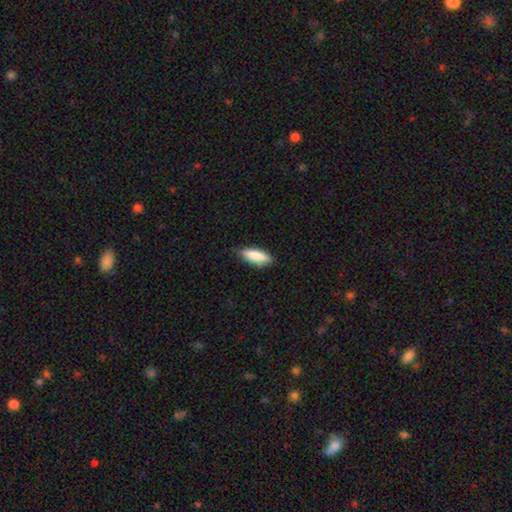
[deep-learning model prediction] This appears to be a smooth galaxy with no disk features (85%) that is in between round and cigar-shaped (65%). Merging: none (80%).